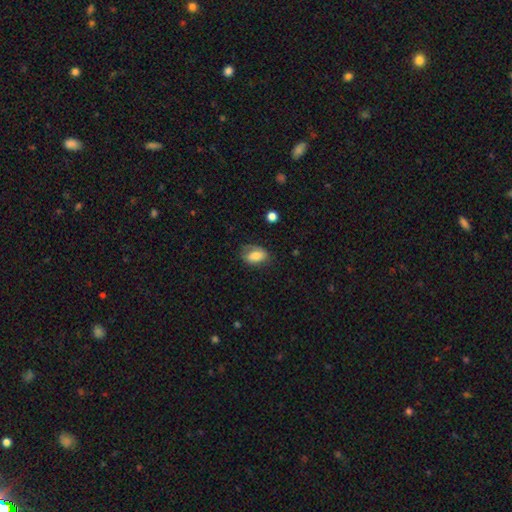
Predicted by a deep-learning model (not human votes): Smooth or featured: smooth — 71% (featured or disk — 21%)
How rounded: in between — 87% (round — 11%)
Merging: none — 59% (minor disturbance — 27%)